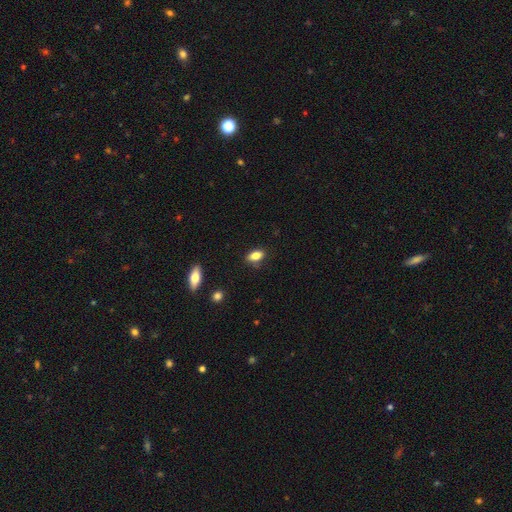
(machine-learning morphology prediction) This appears to be a smooth galaxy with no disk features (81%) that is in between round and cigar-shaped (85%). Merging: none (81%).